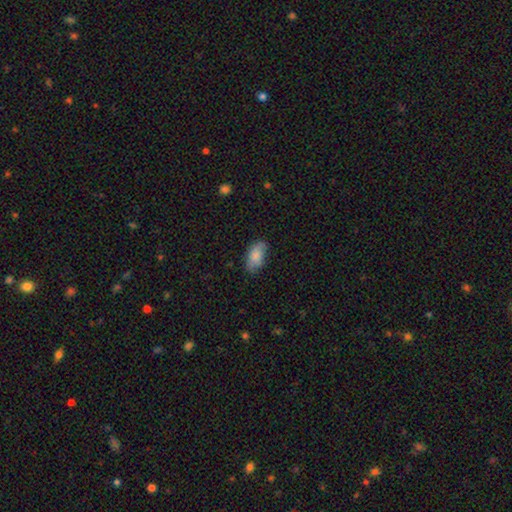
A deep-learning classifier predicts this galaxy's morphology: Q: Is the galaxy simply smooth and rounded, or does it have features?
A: smooth — 81%.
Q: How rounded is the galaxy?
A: in between — 92%.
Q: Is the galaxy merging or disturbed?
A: none — 66%.